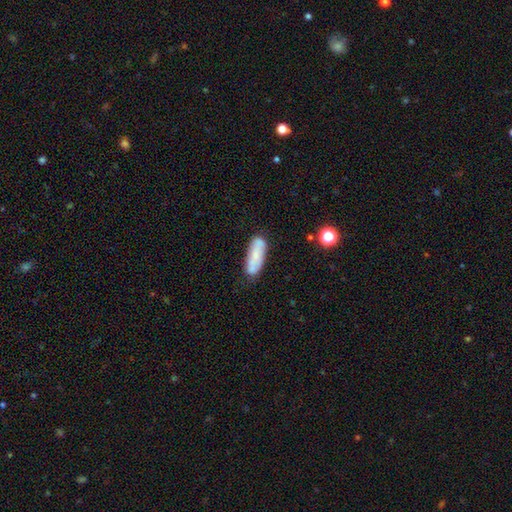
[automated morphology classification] smooth_or_featured: smooth (p=0.57) [alt: featured or disk p=0.35]
how_rounded: in between (p=0.55) [alt: cigar-shaped p=0.42]
merging: none (p=0.76) [alt: minor disturbance p=0.18]